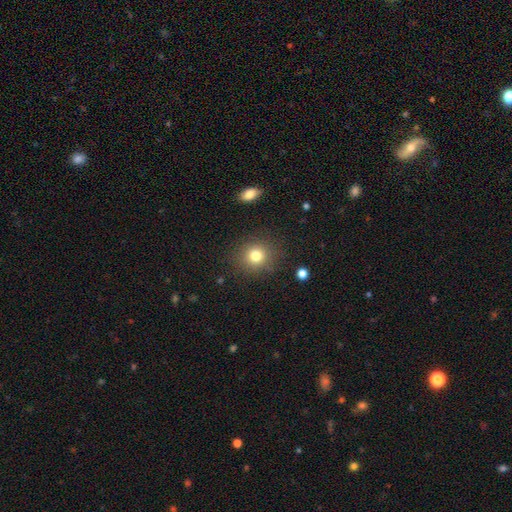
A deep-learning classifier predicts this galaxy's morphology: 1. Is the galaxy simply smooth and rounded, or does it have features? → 79% smooth, 13% star or artifact, 8% featured or disk.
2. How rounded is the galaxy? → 87% round, 12% in between, 1% cigar-shaped.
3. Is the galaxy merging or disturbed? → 87% none, 8% minor disturbance, 3% major disturbance, 2% merger.